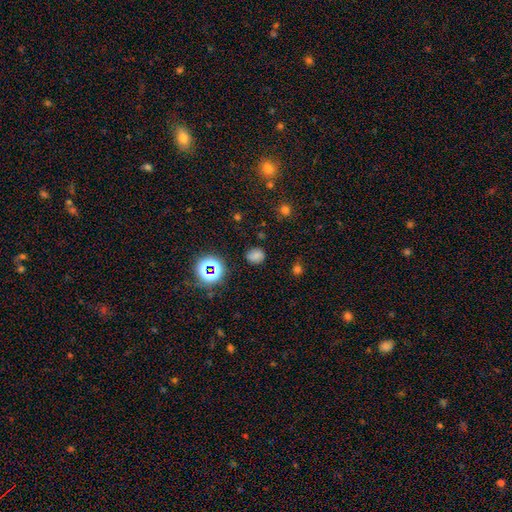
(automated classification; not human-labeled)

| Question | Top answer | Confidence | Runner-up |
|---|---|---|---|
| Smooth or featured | smooth | 68% | star or artifact (24%) |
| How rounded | round | 69% | in between (30%) |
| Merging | none | 79% | minor disturbance (14%) |